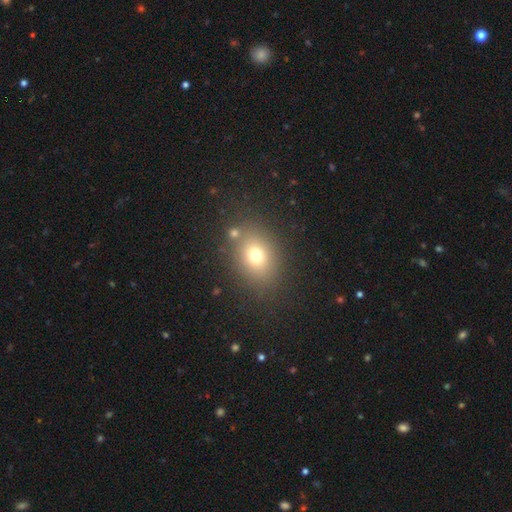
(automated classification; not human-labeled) This is likely a smooth galaxy (73%). How rounded: possibly in between (57%). Merging: likely none (79%).